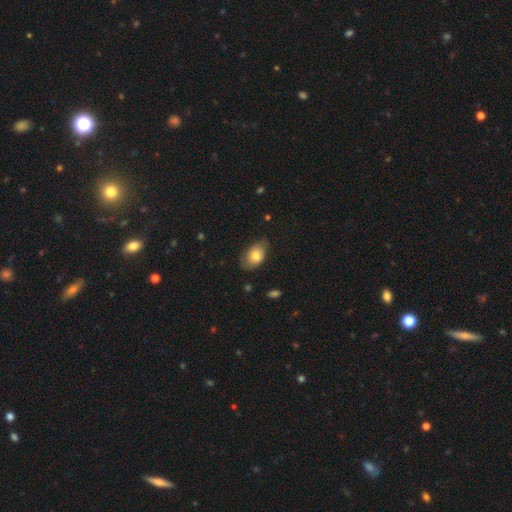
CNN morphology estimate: The model was most divided on "merging": none: 68%, minor disturbance: 26%, major disturbance: 5%, merger: 1%. More confident: how rounded — in between (88%); smooth or featured — smooth (76%).